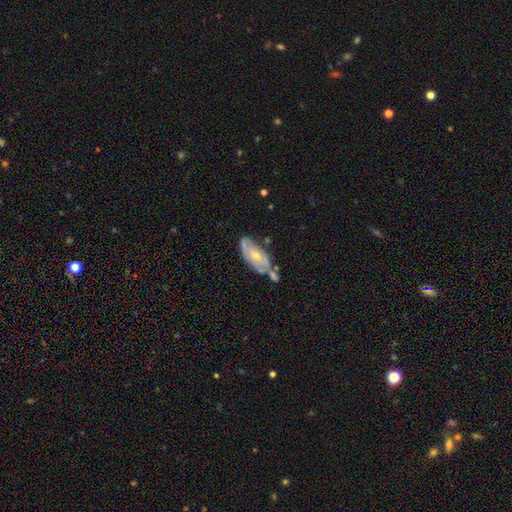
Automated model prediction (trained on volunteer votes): Smooth or featured?
  - featured or disk: 66% *
  - smooth: 27%
  - star or artifact: 7%
Edge-on disk?
  - no: 86% *
  - yes: 14%
Bar?
  - no: 69% *
  - weak: 25%
  - strong: 6%
Spiral arms?
  - yes: 68% *
  - no: 32%
Bulge size?
  - moderate: 49% *
  - small: 48%
  - large: 2%
  - none: 1%
  - dominant: 1%
Merging?
  - none: 49% *
  - minor disturbance: 24%
  - merger: 20%
  - major disturbance: 8%